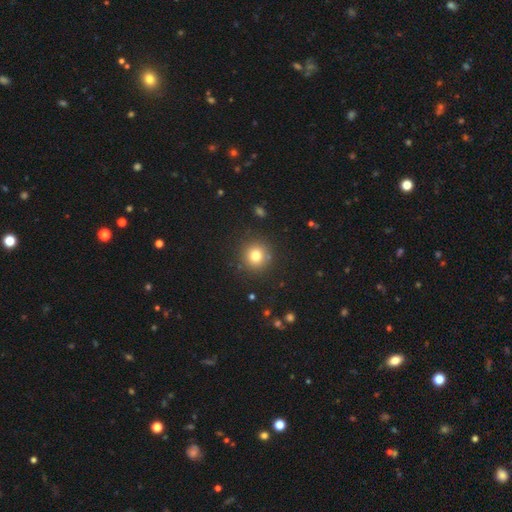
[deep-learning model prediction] This appears to be a smooth galaxy with no disk features (79%) that is round (93%). Merging: none (89%).